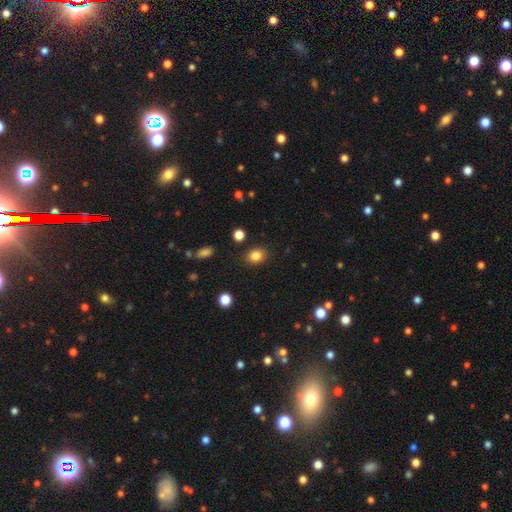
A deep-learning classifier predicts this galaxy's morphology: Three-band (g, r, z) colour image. It shows a smooth galaxy with no disk features (84%) that is in between round and cigar-shaped (53%). Merging: none (86%).